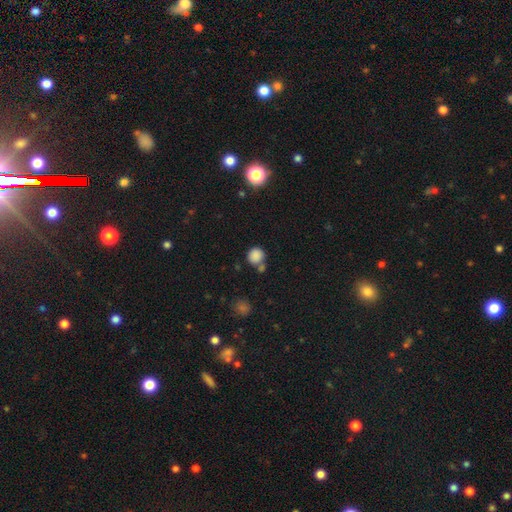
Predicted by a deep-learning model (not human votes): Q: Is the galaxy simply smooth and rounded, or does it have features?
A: smooth — 85%.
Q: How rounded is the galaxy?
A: round — 90%.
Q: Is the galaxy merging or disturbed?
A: none — 64%.